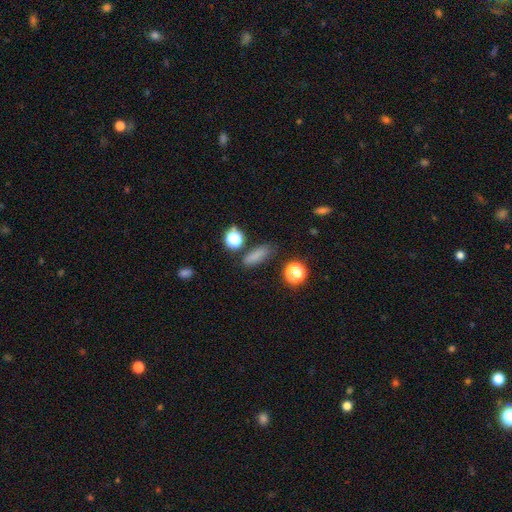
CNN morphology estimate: type=smooth (78%); roundness=in between (49%); merging=none (79%).